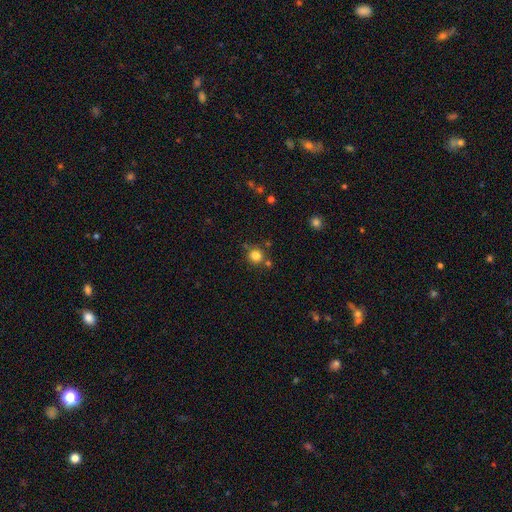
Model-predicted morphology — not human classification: Overall: smooth (81%). How rounded: round (92%). Merging: none (77%).